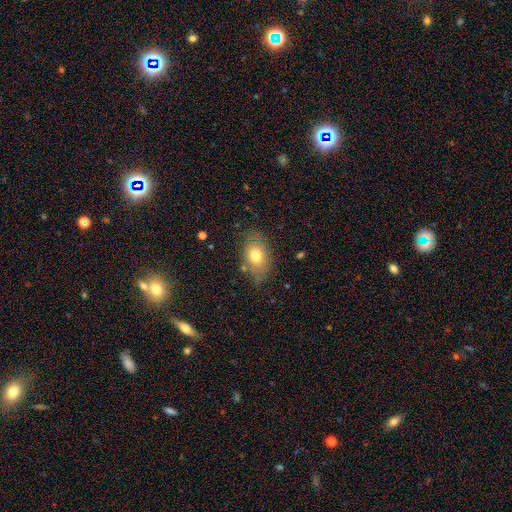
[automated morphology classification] Smooth or featured? Predicted: smooth (p=0.73). How rounded? Predicted: in between (p=0.83). Merging? Predicted: none (p=0.74).